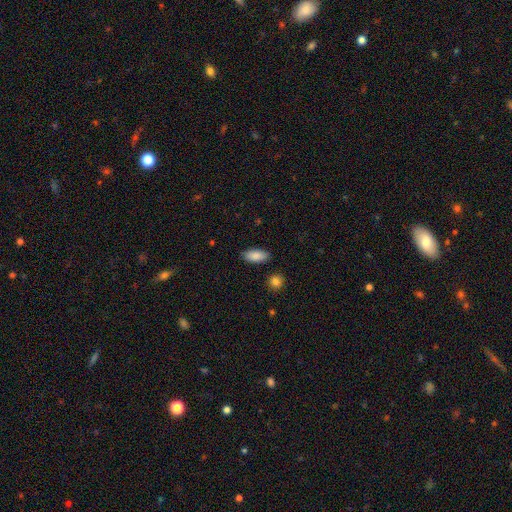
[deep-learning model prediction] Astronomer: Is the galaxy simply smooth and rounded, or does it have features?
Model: smooth — 87%.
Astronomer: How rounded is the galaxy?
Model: in between — 86%.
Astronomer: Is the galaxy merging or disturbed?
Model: none — 86%.